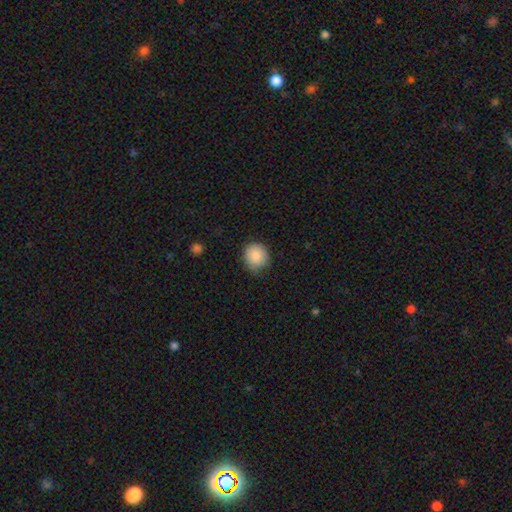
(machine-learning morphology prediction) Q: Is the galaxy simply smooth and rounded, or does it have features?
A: smooth — 85%.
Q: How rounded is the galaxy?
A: round — 87%.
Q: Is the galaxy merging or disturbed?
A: none — 75%.